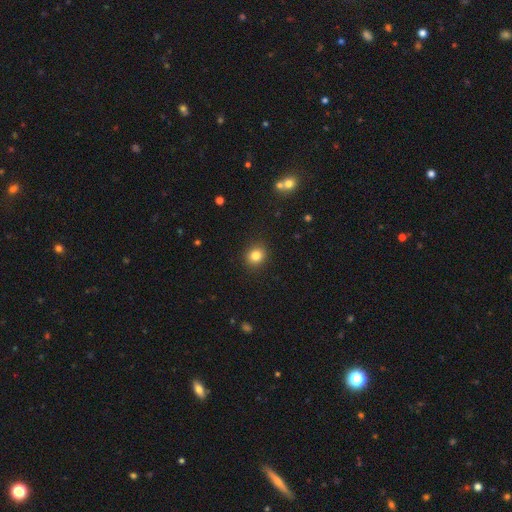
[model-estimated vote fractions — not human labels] Q: Smooth or featured?
A: smooth (82%); runner-up: star or artifact (12%)
Q: How rounded?
A: round (82%); runner-up: in between (17%)
Q: Merging?
A: none (91%); runner-up: minor disturbance (6%)